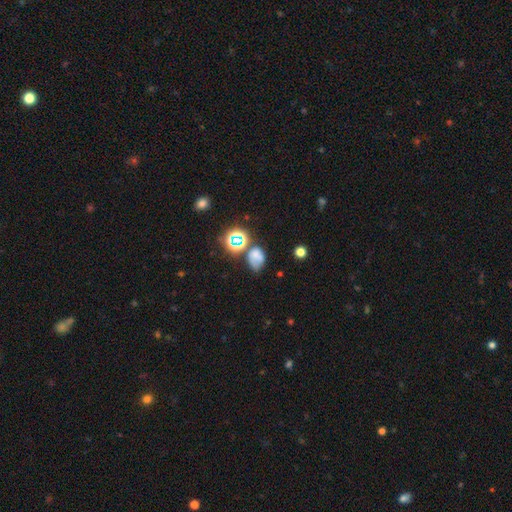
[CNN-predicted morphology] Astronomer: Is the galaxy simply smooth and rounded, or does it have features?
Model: smooth — 54%.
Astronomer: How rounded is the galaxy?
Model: in between — 71%.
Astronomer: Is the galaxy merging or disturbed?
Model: none — 38% (runner-up: minor disturbance, 29%).